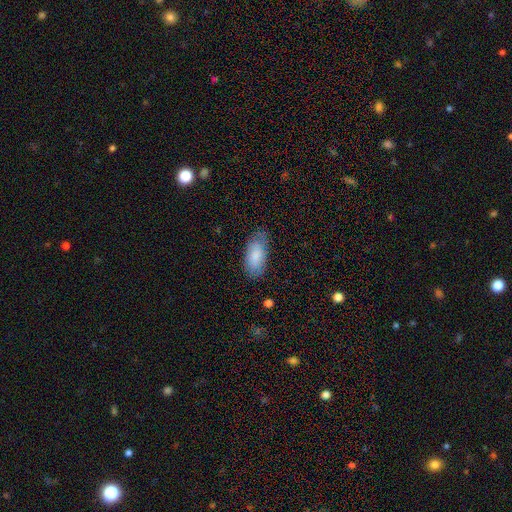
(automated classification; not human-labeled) Smooth or featured? smooth (83%)
How rounded? in between (91%)
Merging? none (73%)